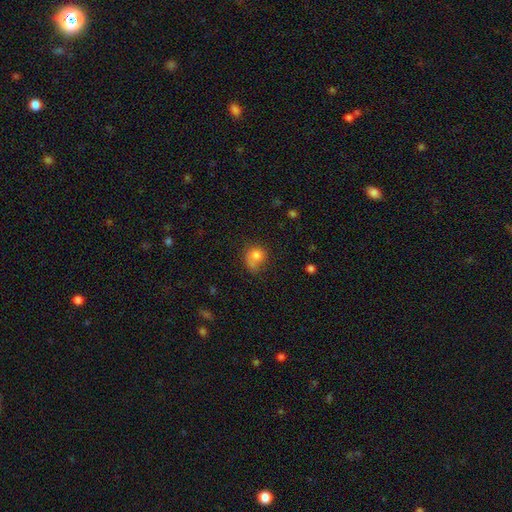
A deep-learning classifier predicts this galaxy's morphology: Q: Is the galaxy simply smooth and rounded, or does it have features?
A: smooth — 77%.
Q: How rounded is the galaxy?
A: round — 77%.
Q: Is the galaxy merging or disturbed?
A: none — 46%.